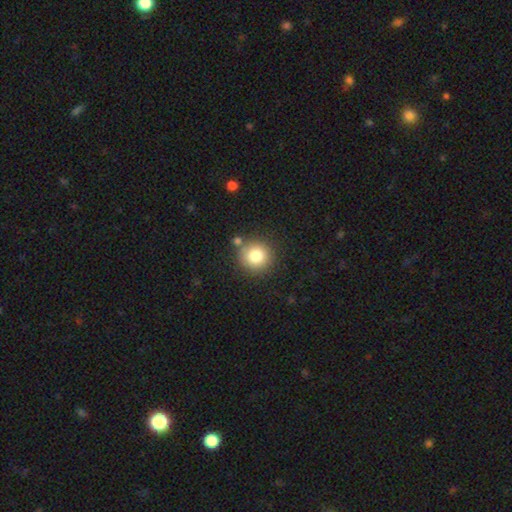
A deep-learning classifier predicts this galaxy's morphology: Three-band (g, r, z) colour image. It shows a smooth galaxy with no disk features (81%) that is round (93%). Merging: none (80%).